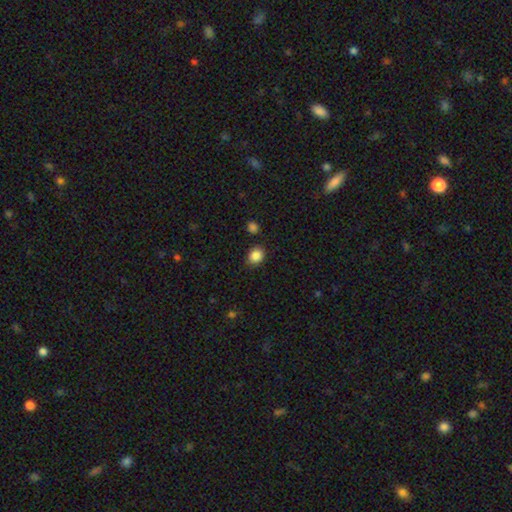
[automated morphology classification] Smooth or featured?
  - smooth: 86% *
  - star or artifact: 10%
  - featured or disk: 4%
How rounded?
  - round: 58% *
  - in between: 41%
  - cigar-shaped: 1%
Merging?
  - none: 84% *
  - minor disturbance: 10%
  - merger: 3%
  - major disturbance: 3%